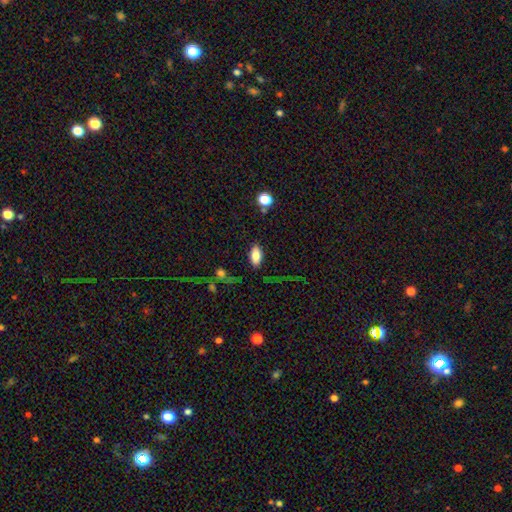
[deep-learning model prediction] Smooth or featured? Predicted: smooth (p=0.83). How rounded? Predicted: in between (p=0.91). Merging? Predicted: none (p=0.81).